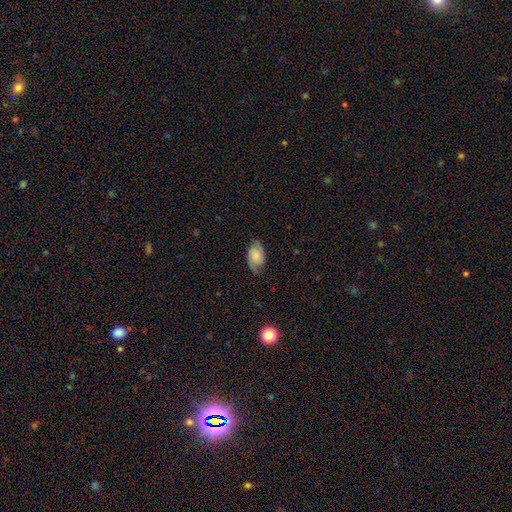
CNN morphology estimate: smooth 53%, featured or disk 38%, star or artifact 9%. Down the decision tree: how rounded — in between (92%); merging — none (74%).